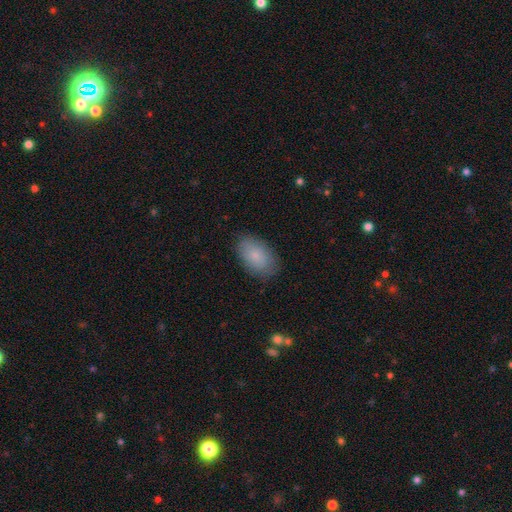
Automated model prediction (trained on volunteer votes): Morphology: type=smooth (82%); roundness=in between (91%); merging=none (84%).